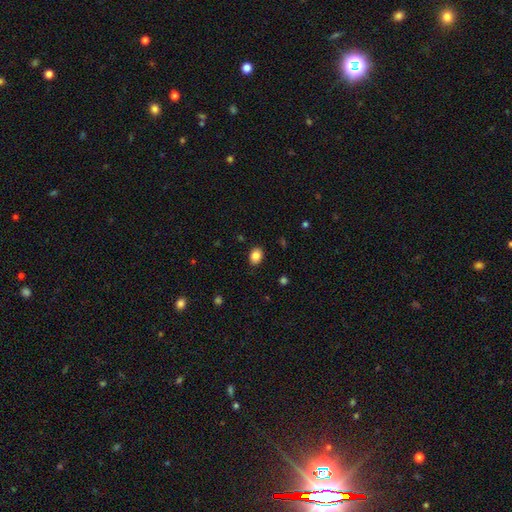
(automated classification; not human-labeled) The model was most divided on "how rounded": in between: 67%, round: 32%, cigar-shaped: 1%. More confident: merging — none (88%); smooth or featured — smooth (86%).